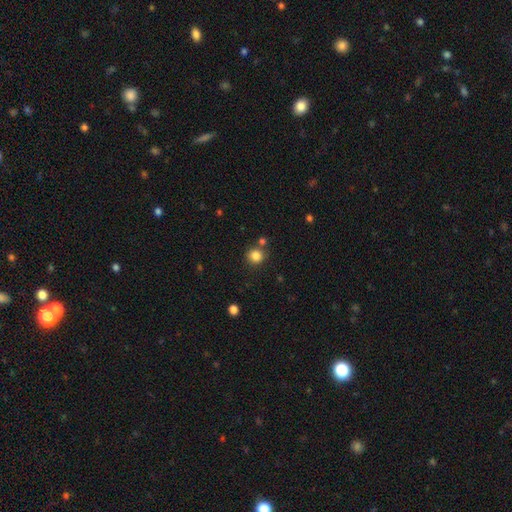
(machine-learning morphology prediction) A smooth galaxy with no disk features (85%) that is round (89%). Merging: none (77%).